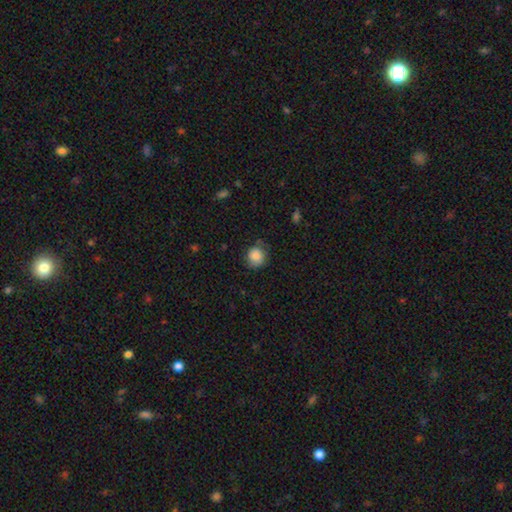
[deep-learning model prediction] A smooth galaxy with no disk features (85%) that is round (83%).

Vote fractions:
- Smooth or featured? smooth: 85% / star or artifact: 8% / featured or disk: 7%
- How rounded? round: 83% / in between: 16% / cigar-shaped: 1%
- Merging? none: 69% / minor disturbance: 23% / major disturbance: 6% / merger: 2%